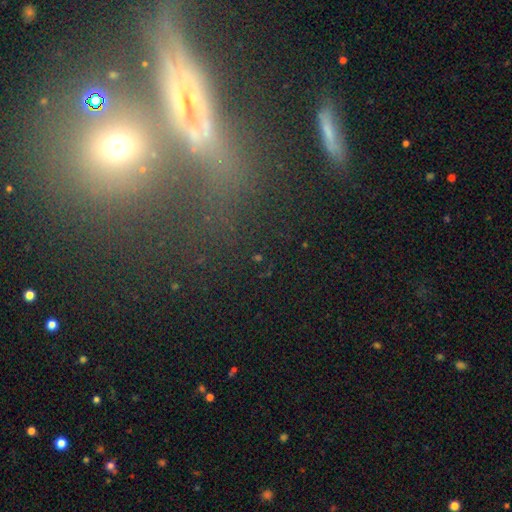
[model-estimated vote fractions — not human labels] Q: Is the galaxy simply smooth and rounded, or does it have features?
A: featured or disk — 35%.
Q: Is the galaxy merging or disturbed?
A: none — 56%.